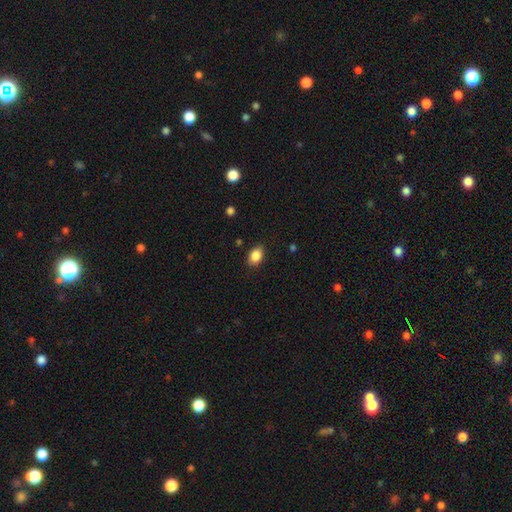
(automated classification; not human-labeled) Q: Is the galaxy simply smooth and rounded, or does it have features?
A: smooth — 86%.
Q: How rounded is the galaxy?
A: in between — 78%.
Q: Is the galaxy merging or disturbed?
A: none — 84%.